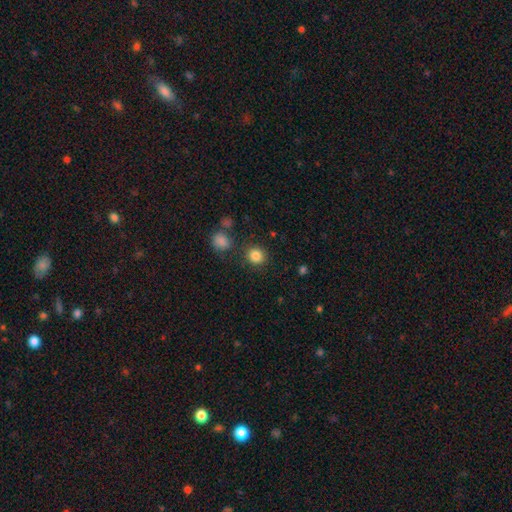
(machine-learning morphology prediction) smooth_or_featured: smooth (p=0.85) [alt: star or artifact p=0.11]
how_rounded: round (p=0.85) [alt: in between p=0.14]
merging: none (p=0.85) [alt: minor disturbance p=0.08]